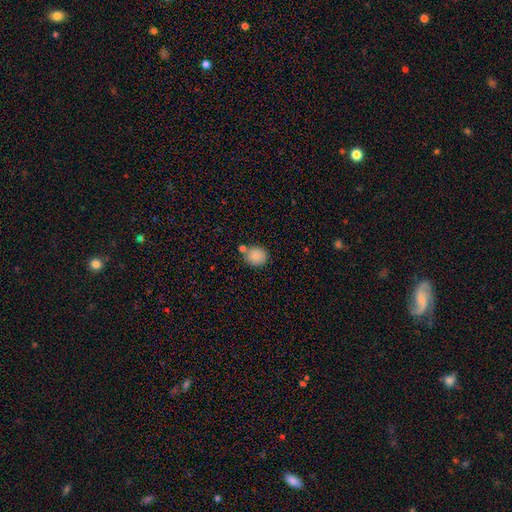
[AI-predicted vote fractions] smooth 82%, star or artifact 9%, featured or disk 9%. Down the decision tree: how rounded — round (70%); merging — none (70%).